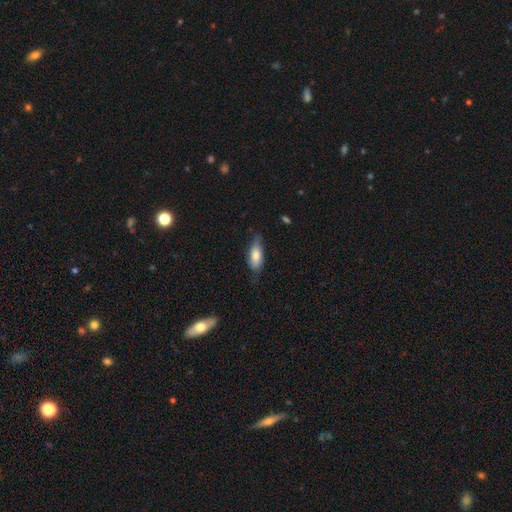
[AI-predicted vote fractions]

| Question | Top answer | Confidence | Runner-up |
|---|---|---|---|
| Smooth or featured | smooth | 74% | featured or disk (20%) |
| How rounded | in between | 73% | cigar-shaped (25%) |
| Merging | none | 64% | minor disturbance (28%) |